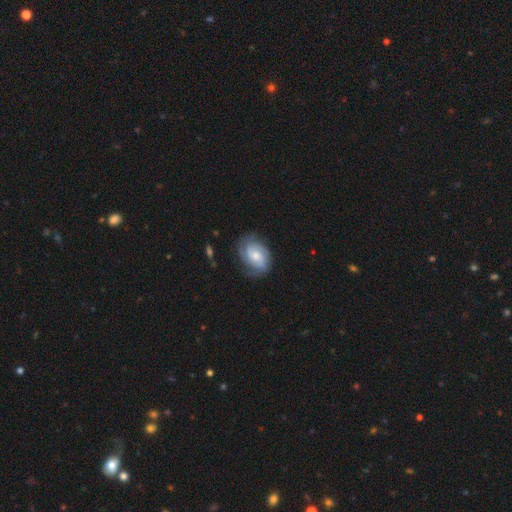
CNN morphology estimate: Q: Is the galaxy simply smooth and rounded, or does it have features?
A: featured or disk — 60%.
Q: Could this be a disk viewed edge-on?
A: no — 97%.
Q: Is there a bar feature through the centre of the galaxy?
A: no — 59%.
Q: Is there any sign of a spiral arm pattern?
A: yes — 89%.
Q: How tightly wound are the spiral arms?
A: tight — 45%.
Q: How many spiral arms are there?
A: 2 — 43%.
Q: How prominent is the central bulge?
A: moderate — 52%.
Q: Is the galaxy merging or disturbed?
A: none — 69%.